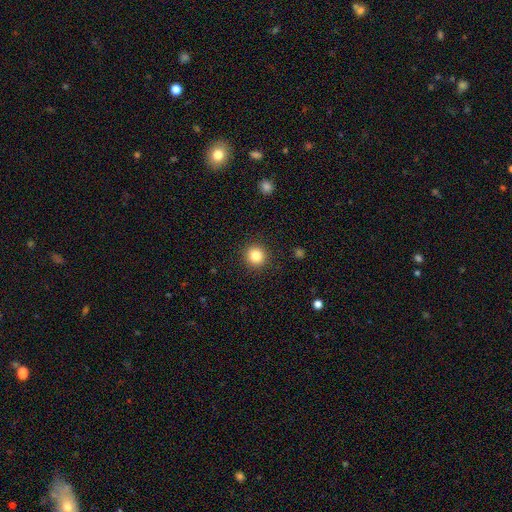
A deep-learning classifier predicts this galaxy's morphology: smooth 83%, star or artifact 11%, featured or disk 6%. Down the decision tree: how rounded — round (94%); merging — none (92%).